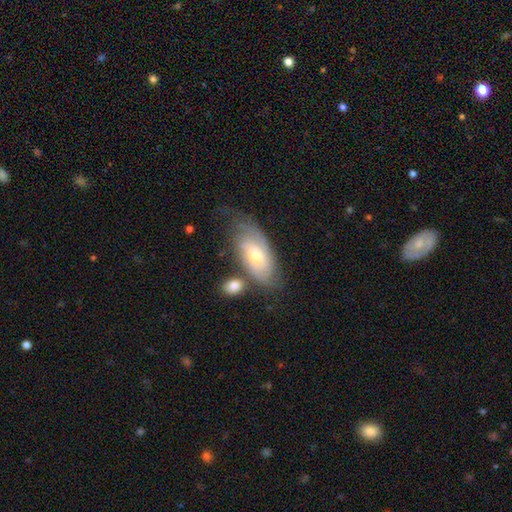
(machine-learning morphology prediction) The model was most divided on "bulge size": small: 50%, moderate: 45%, large: 3%, none: 1%, dominant: 1%. Remaining: edge-on disk — no (89%); spiral arms — yes (83%); bar — no (68%); smooth or featured — featured or disk (58%); merging — none (46%).